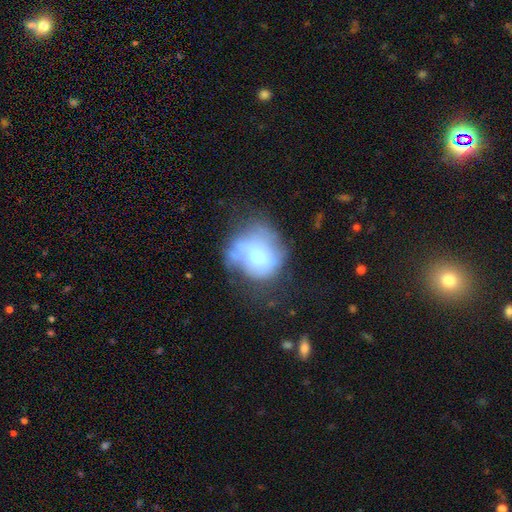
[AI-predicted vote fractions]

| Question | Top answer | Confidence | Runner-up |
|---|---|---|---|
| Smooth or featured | smooth | 49% | featured or disk (39%) |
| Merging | none | 39% | major disturbance (27%) |